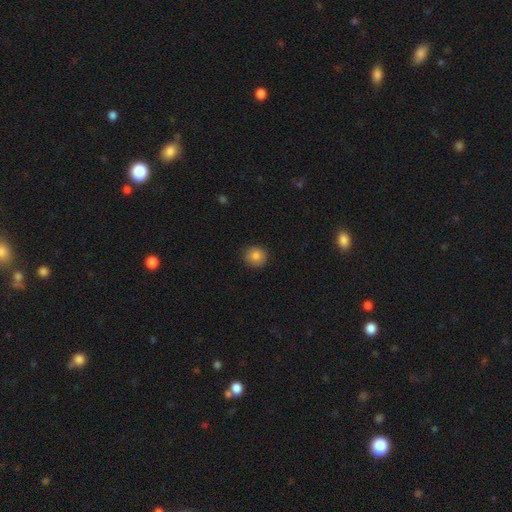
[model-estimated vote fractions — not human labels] smooth 83%, star or artifact 10%, featured or disk 7%. Down the decision tree: how rounded — round (92%); merging — none (90%).